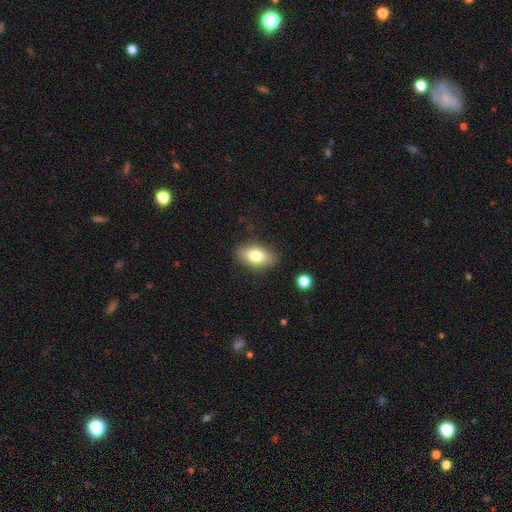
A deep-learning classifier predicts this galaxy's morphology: Smooth or featured? smooth (76%)
How rounded? in between (88%)
Merging? none (85%)